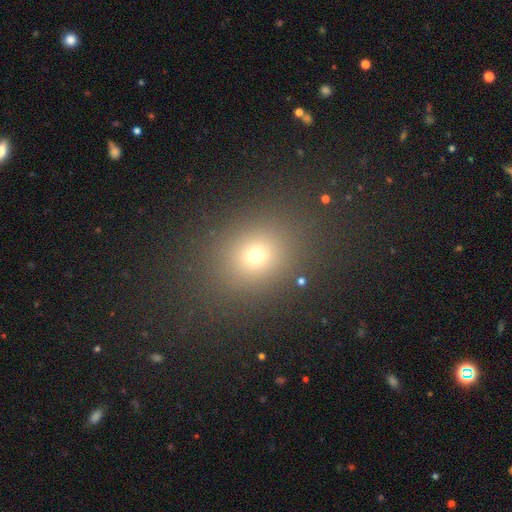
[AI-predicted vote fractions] Q: Smooth or featured?
A: smooth (67%); runner-up: star or artifact (24%)
Q: How rounded?
A: round (58%); runner-up: in between (41%)
Q: Merging?
A: none (86%); runner-up: minor disturbance (8%)